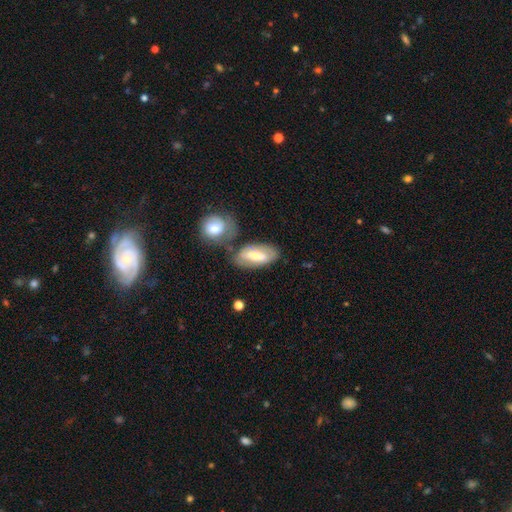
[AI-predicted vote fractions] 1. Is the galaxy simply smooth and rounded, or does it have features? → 51% smooth, 43% featured or disk, 6% star or artifact.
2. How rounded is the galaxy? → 84% in between, 12% cigar-shaped, 4% round.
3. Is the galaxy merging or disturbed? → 65% none, 16% minor disturbance, 13% merger, 6% major disturbance.